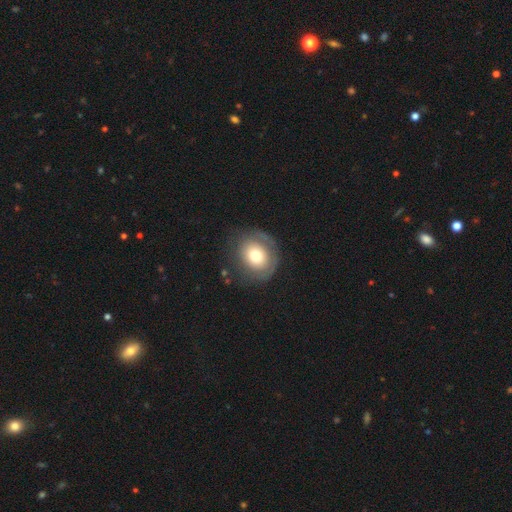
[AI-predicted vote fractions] The model was most divided on "smooth or featured": smooth: 65%, featured or disk: 27%, star or artifact: 9%. More confident: how rounded — round (75%); merging — none (70%).